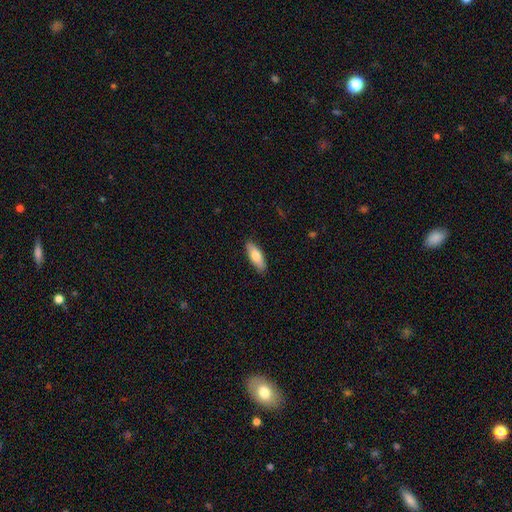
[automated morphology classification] Smooth or featured: smooth — 73% (featured or disk — 22%)
How rounded: in between — 64% (cigar-shaped — 33%)
Merging: none — 89% (minor disturbance — 9%)